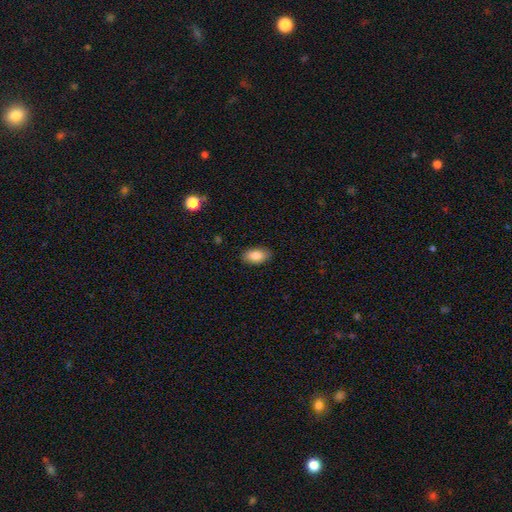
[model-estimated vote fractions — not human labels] This is clearly a smooth galaxy (86%). How rounded: clearly in between (93%). Merging: clearly none (88%).